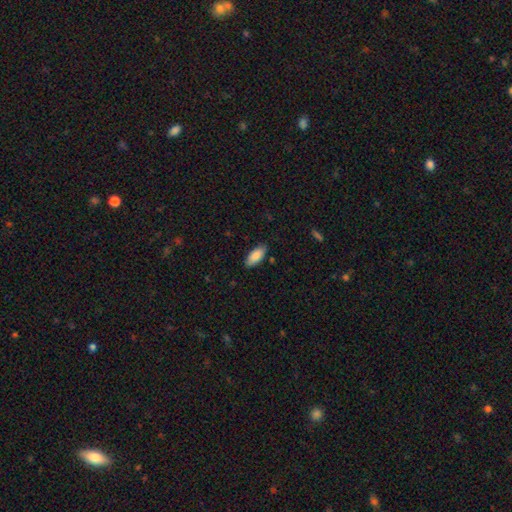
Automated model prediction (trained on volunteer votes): Smooth or featured? Predicted: smooth (p=0.87). How rounded? Predicted: in between (p=0.87). Merging? Predicted: none (p=0.83).